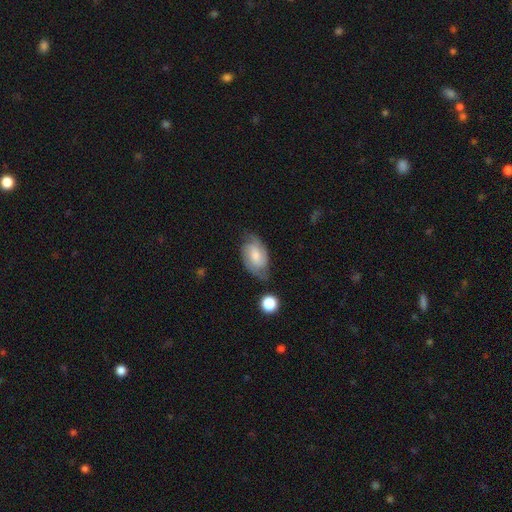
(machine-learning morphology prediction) Overall: featured or disk (60%; smooth 33%). Edge-on disk: no (95%). Bar: no (54%; weak 39%). Spiral arms: yes (91%). Spiral arm count: 2 (74%). Spiral winding: medium (46%; tight 38%). Bulge size: moderate (43%; small 35%). Merging: none (62%; minor disturbance 25%).